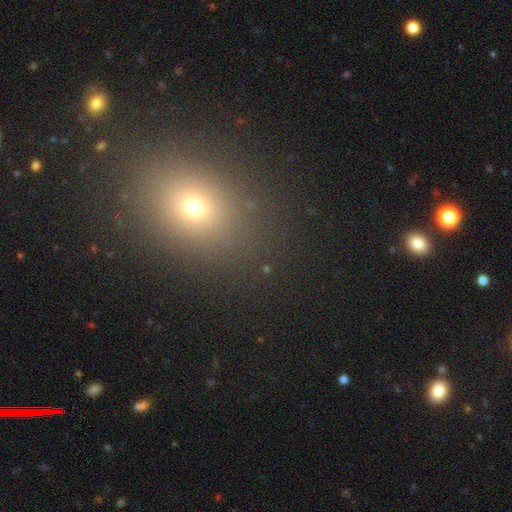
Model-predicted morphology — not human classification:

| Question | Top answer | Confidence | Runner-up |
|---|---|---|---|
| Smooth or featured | smooth | 59% | star or artifact (31%) |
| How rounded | round | 52% | in between (46%) |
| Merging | none | 88% | minor disturbance (7%) |